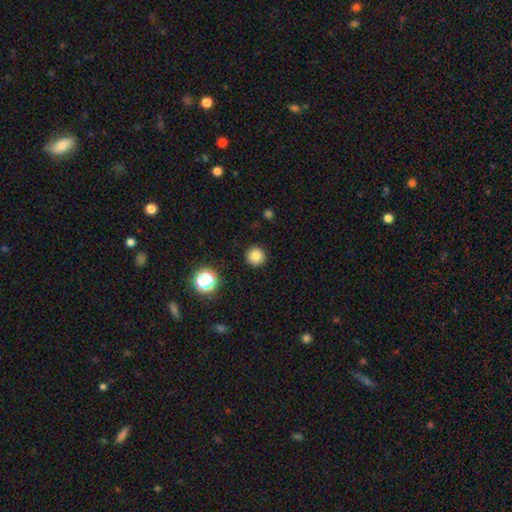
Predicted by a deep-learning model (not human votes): smooth-or-featured: smooth: 81% | star or artifact: 13% | featured or disk: 6%
  how-rounded: round: 96% | in between: 3% | cigar-shaped: 1%
  merging: none: 92% | minor disturbance: 5% | major disturbance: 2% | merger: 1%